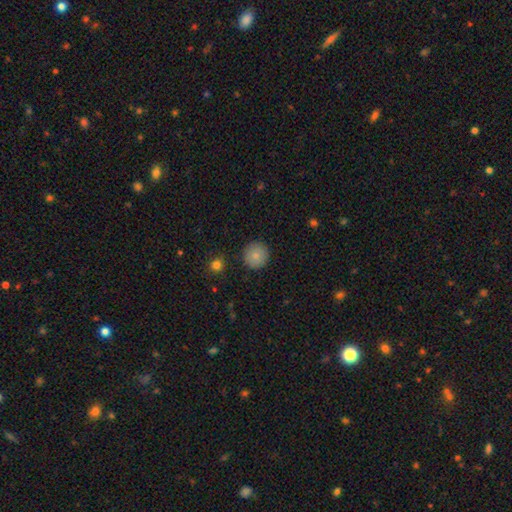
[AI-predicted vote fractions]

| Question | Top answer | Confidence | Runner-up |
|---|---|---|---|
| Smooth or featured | smooth | 84% | star or artifact (8%) |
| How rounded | round | 95% | in between (4%) |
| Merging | none | 90% | minor disturbance (6%) |